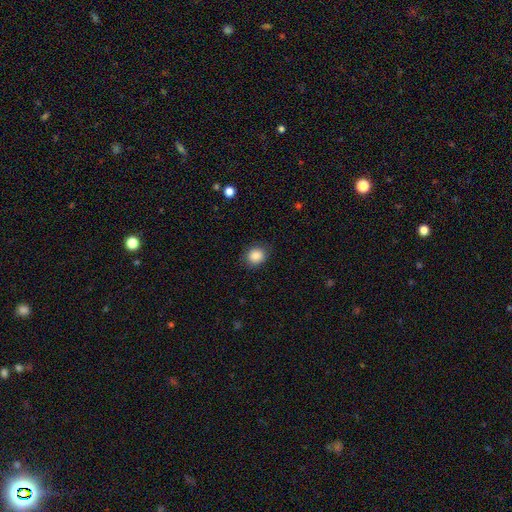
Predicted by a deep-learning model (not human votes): smooth-or-featured: smooth: 86% | star or artifact: 9% | featured or disk: 4%
  how-rounded: round: 74% | in between: 25% | cigar-shaped: 1%
  merging: none: 86% | minor disturbance: 10% | major disturbance: 3% | merger: 1%